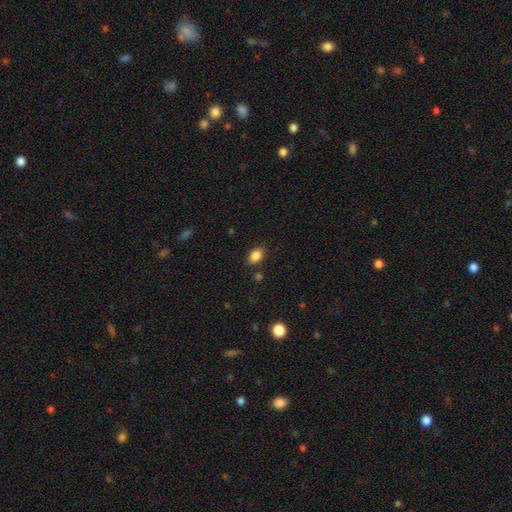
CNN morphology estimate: A smooth galaxy with no disk features (86%) that is in between round and cigar-shaped (82%). Merging: none (84%).